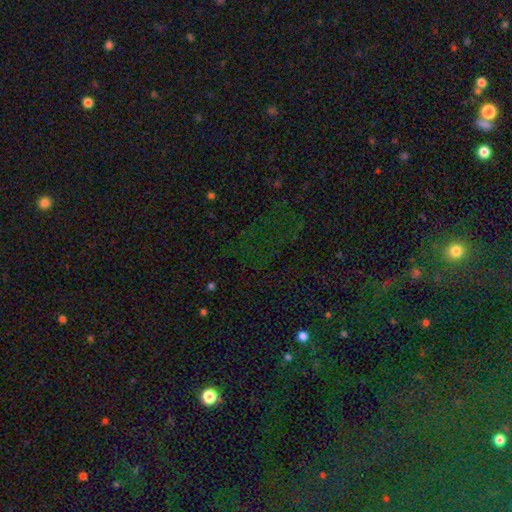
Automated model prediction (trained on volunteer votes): Morphology: type=star or artifact (75%).